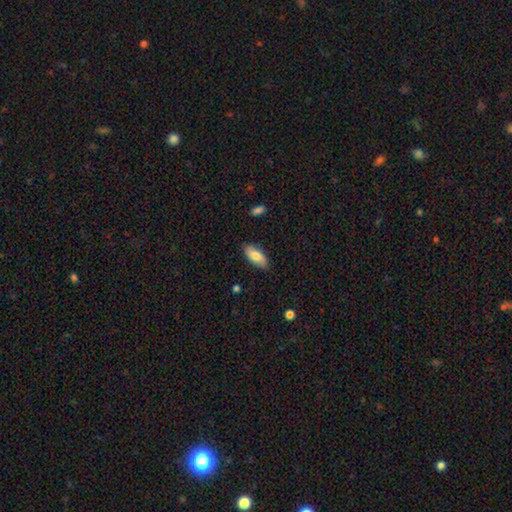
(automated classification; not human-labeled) Smooth or featured? Predicted: smooth (p=0.77). How rounded? Predicted: in between (p=0.86). Merging? Predicted: none (p=0.86).